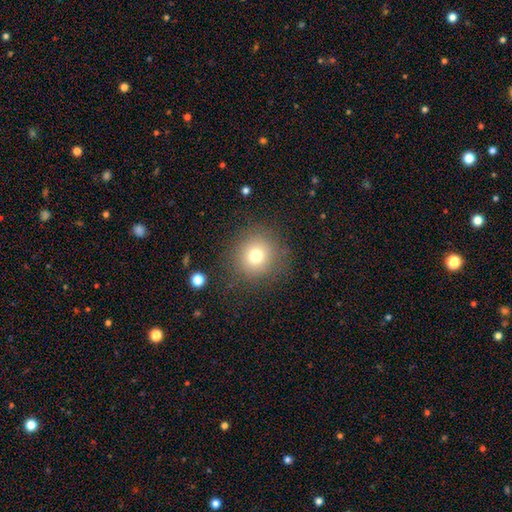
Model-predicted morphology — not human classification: Q: Smooth or featured?
A: smooth (74%); runner-up: star or artifact (15%)
Q: How rounded?
A: round (91%); runner-up: in between (8%)
Q: Merging?
A: none (84%); runner-up: minor disturbance (10%)